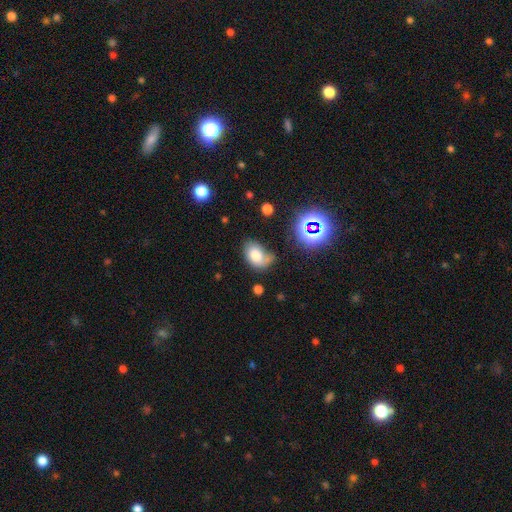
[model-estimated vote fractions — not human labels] A smooth galaxy with no disk features (72%) that is in between round and cigar-shaped (80%).

Vote fractions:
- Smooth or featured? smooth: 72% / featured or disk: 15% / star or artifact: 13%
- How rounded? in between: 80% / round: 19% / cigar-shaped: 1%
- Merging? none: 44% / minor disturbance: 30% / major disturbance: 15% / merger: 12%